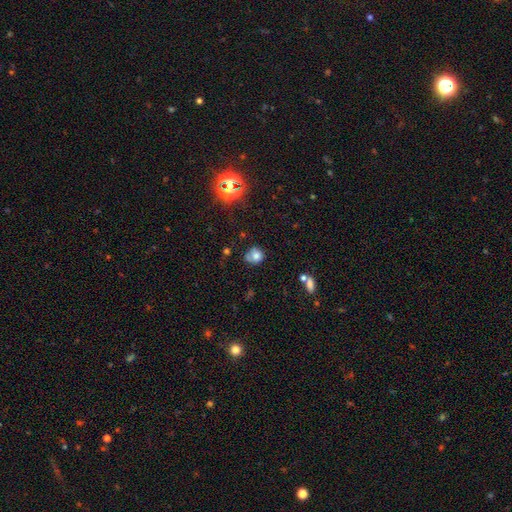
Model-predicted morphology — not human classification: The model was most divided on "merging": none: 53%, minor disturbance: 28%, major disturbance: 11%, merger: 8%. More confident: how rounded — round (73%); smooth or featured — smooth (72%).